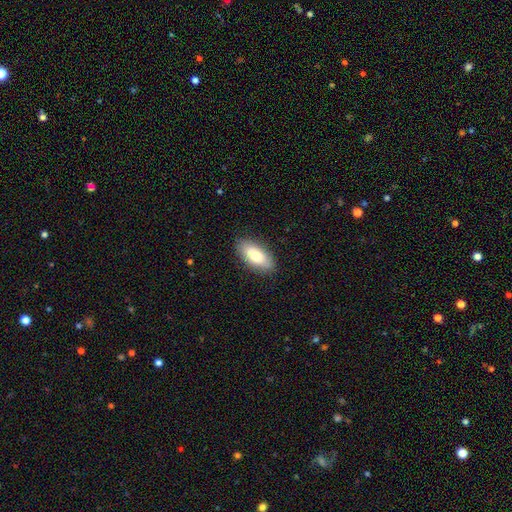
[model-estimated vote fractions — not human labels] Smooth or featured? smooth (78%)
How rounded? in between (88%)
Merging? none (87%)